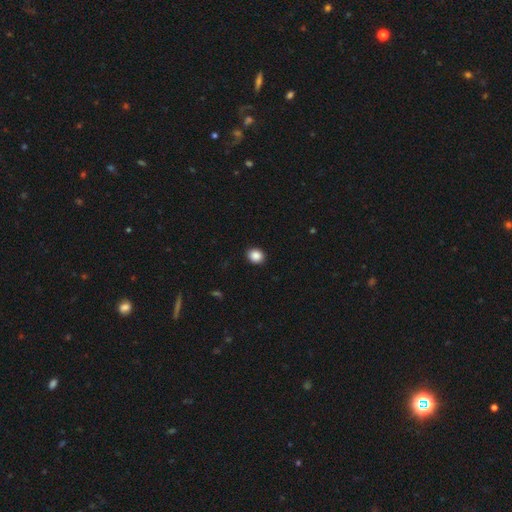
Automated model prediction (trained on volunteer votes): A smooth galaxy with no disk features (88%) that is round (67%).

Vote fractions:
- Smooth or featured? smooth: 88% / star or artifact: 9% / featured or disk: 3%
- How rounded? round: 67% / in between: 32% / cigar-shaped: 1%
- Merging? none: 91% / minor disturbance: 6% / major disturbance: 2% / merger: 1%